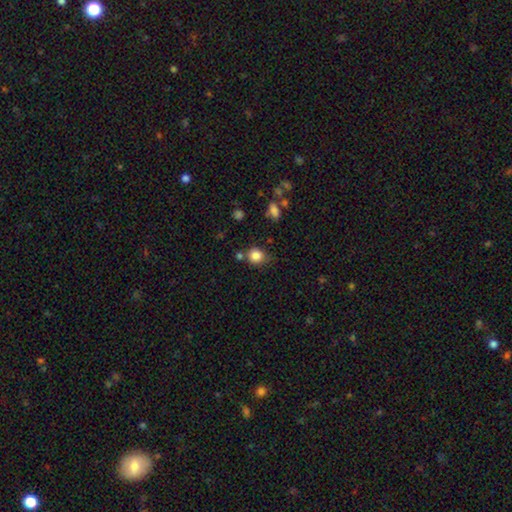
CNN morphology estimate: Smooth or featured? Predicted: smooth (p=0.84). How rounded? Predicted: round (p=0.80). Merging? Predicted: none (p=0.69).